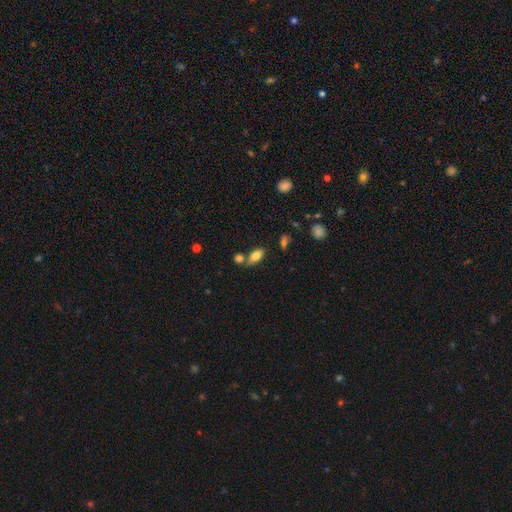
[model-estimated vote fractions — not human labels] Overall: smooth (81%). How rounded: in between (87%). Merging: none (58%; merger 24%).